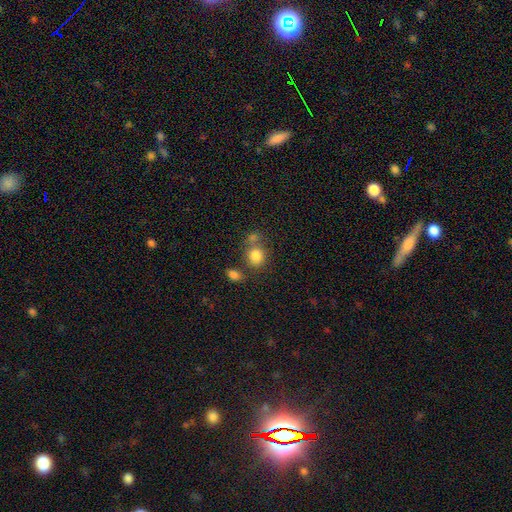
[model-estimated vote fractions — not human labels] Smooth or featured?
  - smooth: 83% *
  - star or artifact: 11%
  - featured or disk: 7%
How rounded?
  - round: 71% *
  - in between: 28%
  - cigar-shaped: 1%
Merging?
  - none: 57% *
  - merger: 26%
  - minor disturbance: 12%
  - major disturbance: 5%